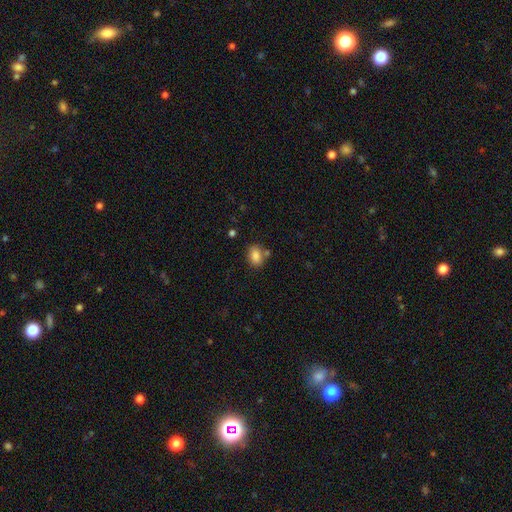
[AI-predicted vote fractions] This is clearly a smooth galaxy (84%). How rounded: likely in between (72%). Merging: likely none (70%).